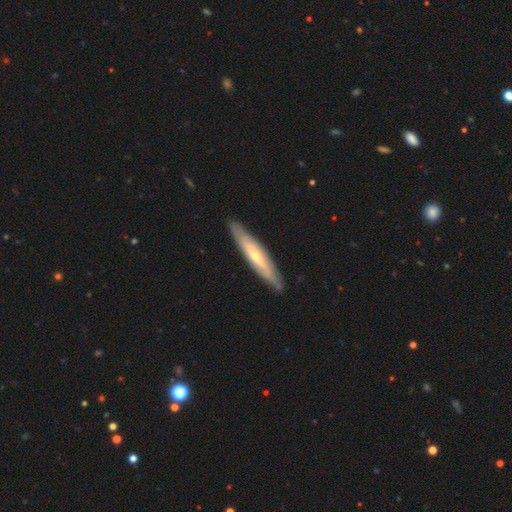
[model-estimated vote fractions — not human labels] Overall: featured or disk (60%; smooth 35%). Edge-on disk: yes (66%; no 34%). Merging: none (85%).